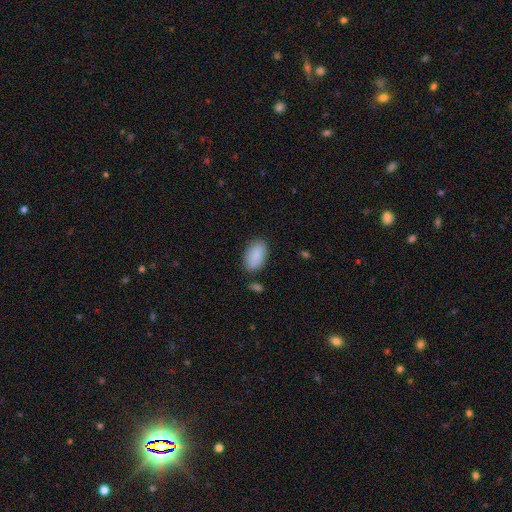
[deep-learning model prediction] smooth_or_featured: smooth (p=0.88) [alt: star or artifact p=0.06]
how_rounded: in between (p=0.94) [alt: round p=0.04]
merging: none (p=0.81) [alt: minor disturbance p=0.12]